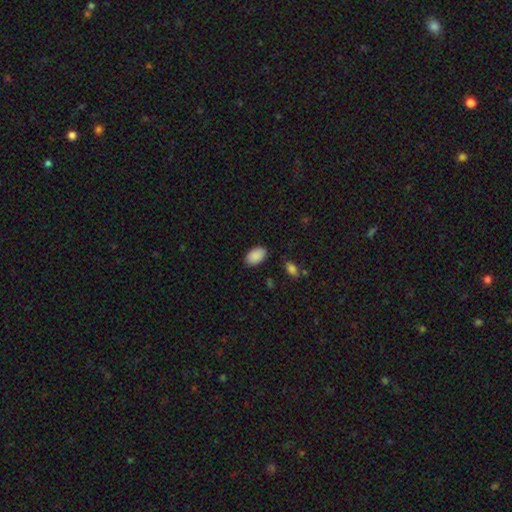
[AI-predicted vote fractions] The model was most divided on "merging": none: 86%, minor disturbance: 10%, major disturbance: 2%, merger: 1%. More confident: how rounded — in between (92%); smooth or featured — smooth (90%).